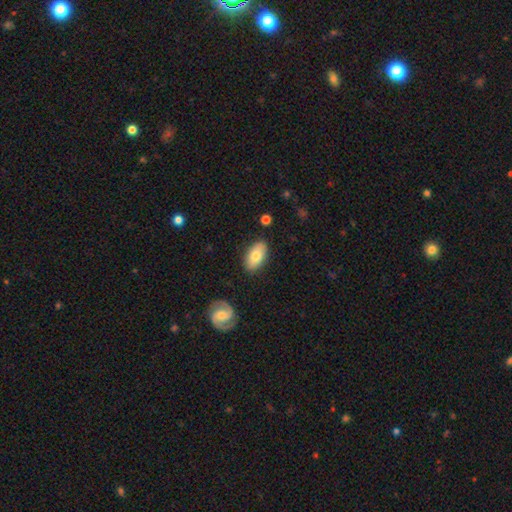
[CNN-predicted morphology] This appears to be a smooth galaxy with no disk features (74%) that is in between round and cigar-shaped (93%). Merging: none (84%).